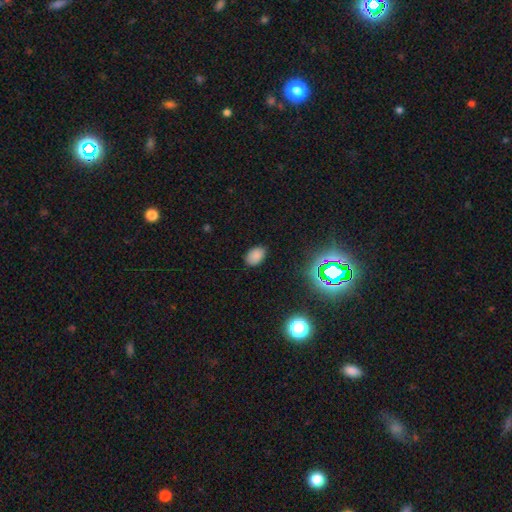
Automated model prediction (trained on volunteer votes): Morphology: type=smooth (79%); roundness=in between (89%); merging=none (85%).